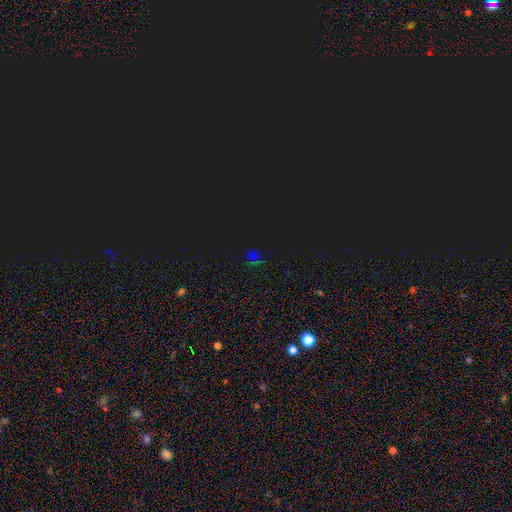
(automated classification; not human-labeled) Smooth or featured? Predicted: star or artifact (p=0.71).